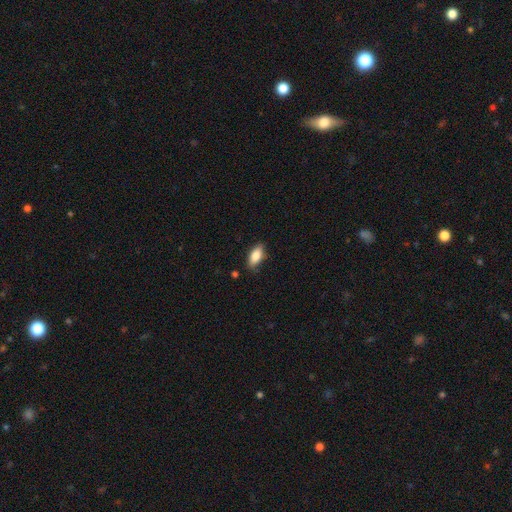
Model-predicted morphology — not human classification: Smooth or featured: smooth — 83% (featured or disk — 10%)
How rounded: in between — 87% (cigar-shaped — 11%)
Merging: none — 82% (minor disturbance — 14%)